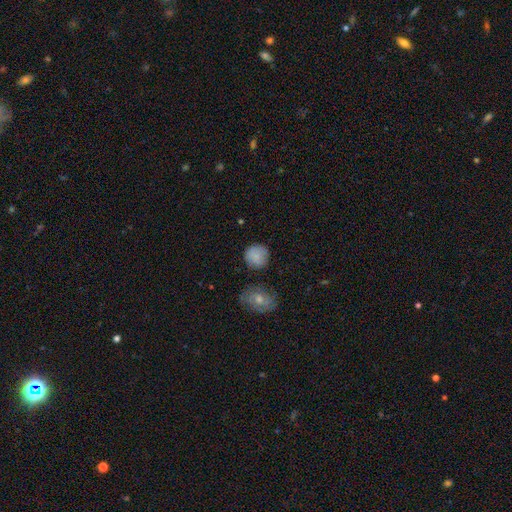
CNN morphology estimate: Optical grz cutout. It shows a smooth galaxy with no disk features (82%) that is round (86%). Merging: none (76%).